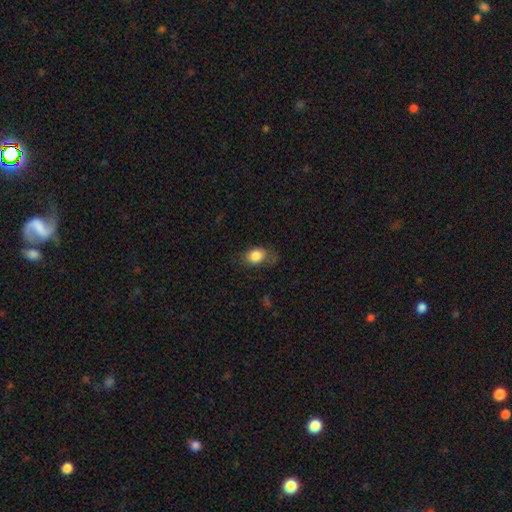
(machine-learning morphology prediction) smooth_or_featured: smooth (p=0.82) [alt: featured or disk p=0.09]
how_rounded: in between (p=0.67) [alt: round p=0.31]
merging: none (p=0.62) [alt: minor disturbance p=0.25]